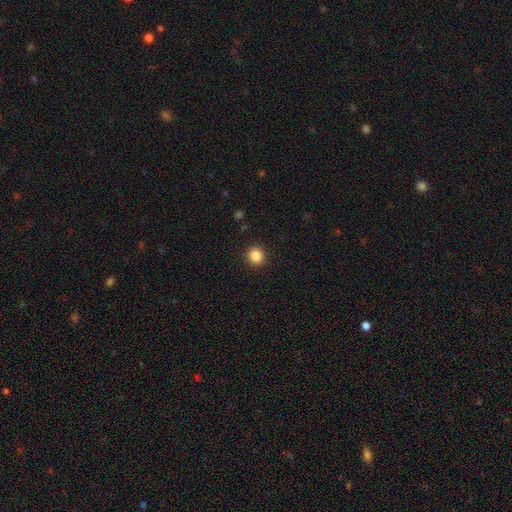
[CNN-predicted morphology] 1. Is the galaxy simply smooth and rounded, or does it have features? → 85% smooth, 11% star or artifact, 4% featured or disk.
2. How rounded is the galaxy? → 90% round, 9% in between, 1% cigar-shaped.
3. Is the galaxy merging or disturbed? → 92% none, 5% minor disturbance, 2% major disturbance, 1% merger.